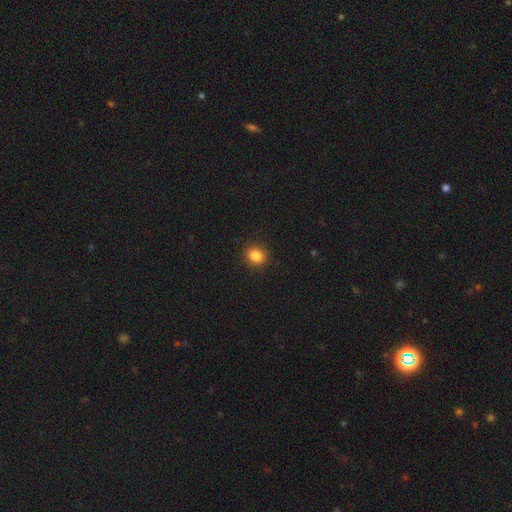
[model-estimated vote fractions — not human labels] A smooth galaxy with no disk features (85%) that is round (72%).

Vote fractions:
- Smooth or featured? smooth: 85% / star or artifact: 11% / featured or disk: 4%
- How rounded? round: 72% / in between: 27% / cigar-shaped: 1%
- Merging? none: 91% / minor disturbance: 6% / major disturbance: 2% / merger: 1%